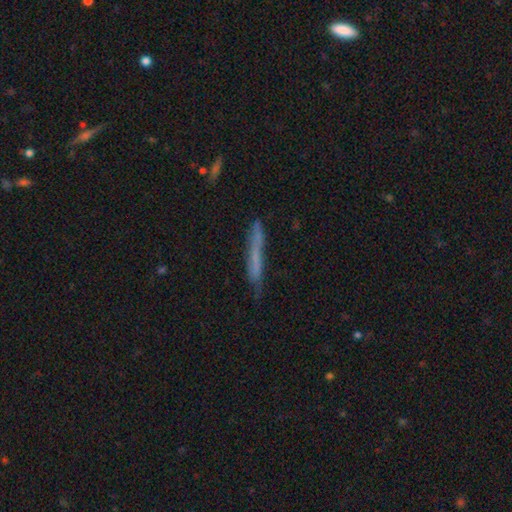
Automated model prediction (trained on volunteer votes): Smooth or featured? smooth (58%)
How rounded? cigar-shaped (96%)
Merging? none (77%)